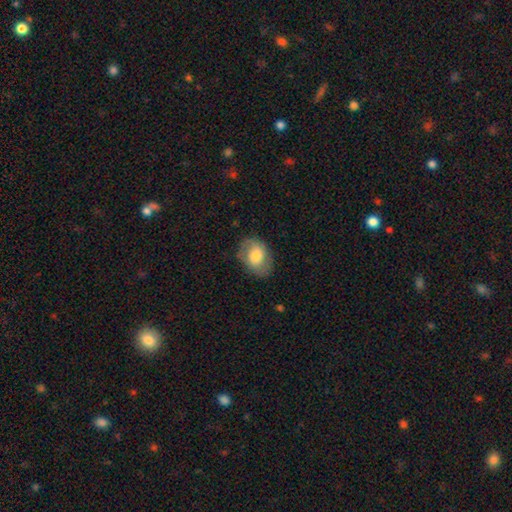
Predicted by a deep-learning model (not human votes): Smooth or featured? Predicted: smooth (p=0.62). How rounded? Predicted: in between (p=0.74). Merging? Predicted: none (p=0.74).